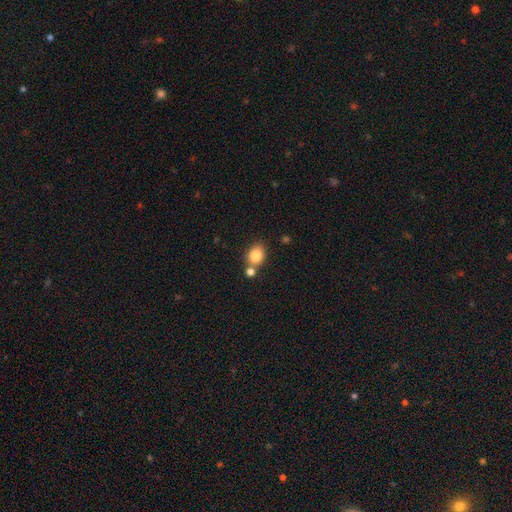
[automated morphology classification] A smooth galaxy with no disk features (82%) that is round (51%). Merging: none (64%).